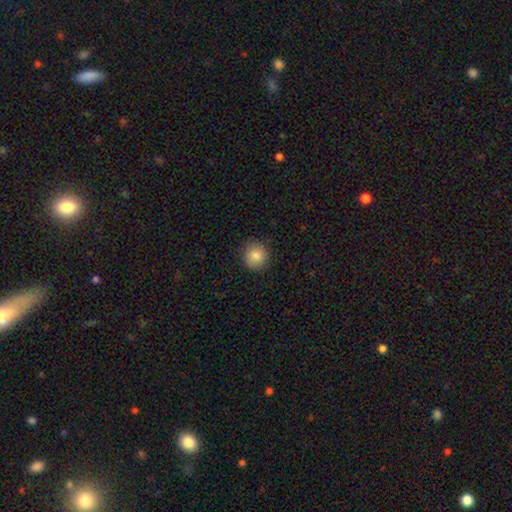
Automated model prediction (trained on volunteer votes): Q: Smooth or featured?
A: smooth (86%); runner-up: star or artifact (8%)
Q: How rounded?
A: round (91%); runner-up: in between (8%)
Q: Merging?
A: none (89%); runner-up: minor disturbance (8%)